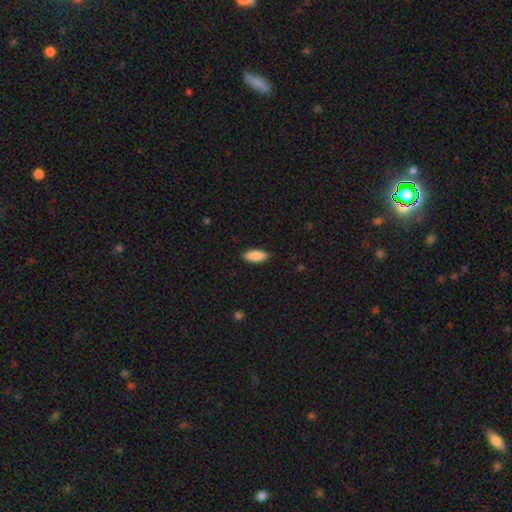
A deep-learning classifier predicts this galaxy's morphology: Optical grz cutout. It shows a smooth galaxy with no disk features (89%) that is in between round and cigar-shaped (78%). Merging: none (88%).